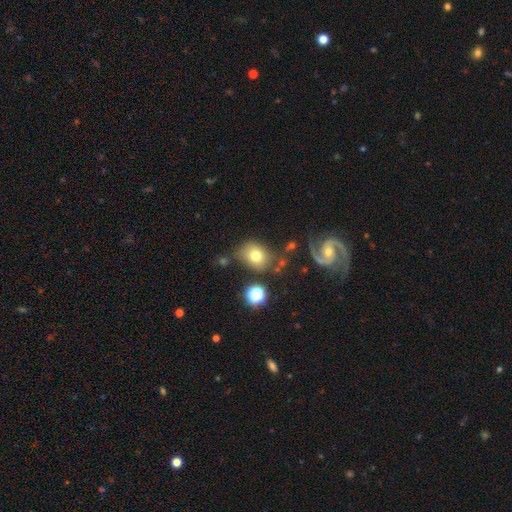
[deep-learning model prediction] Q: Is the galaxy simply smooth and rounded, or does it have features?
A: smooth — 69%.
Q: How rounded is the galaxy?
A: round — 50%.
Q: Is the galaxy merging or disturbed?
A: none — 65%.